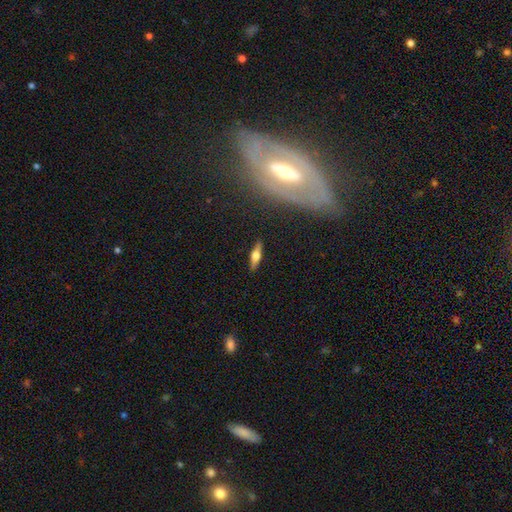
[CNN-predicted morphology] Smooth or featured?
  - featured or disk: 53% *
  - smooth: 40%
  - star or artifact: 7%
Edge-on disk?
  - yes: 92% *
  - no: 8%
Merging?
  - none: 88% *
  - minor disturbance: 8%
  - major disturbance: 2%
  - merger: 1%